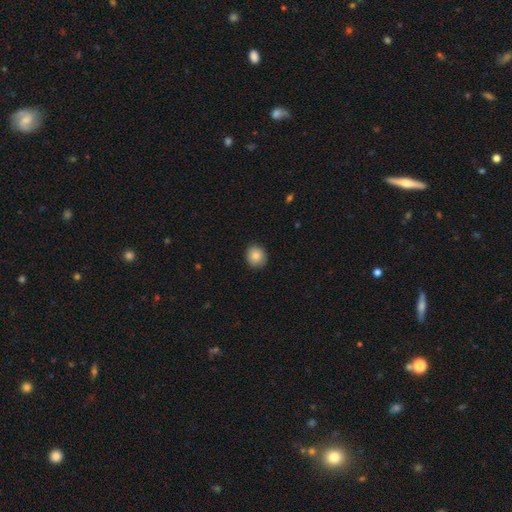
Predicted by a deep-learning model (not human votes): The model was most divided on "how rounded": round: 83%, in between: 16%, cigar-shaped: 1%. More confident: merging — none (89%); smooth or featured — smooth (86%).